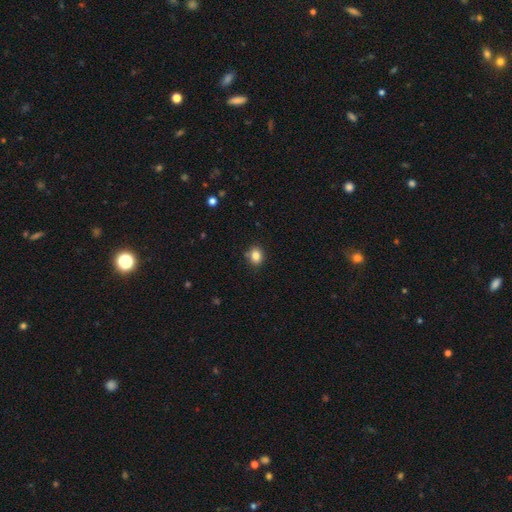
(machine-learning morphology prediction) Smooth or featured: smooth — 83% (star or artifact — 11%)
How rounded: round — 57% (in between — 42%)
Merging: none — 81% (minor disturbance — 13%)